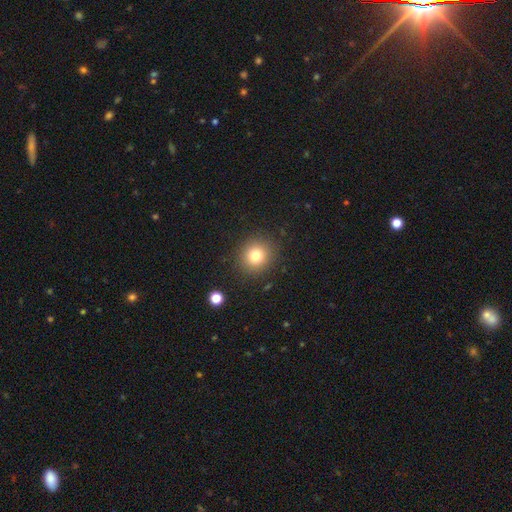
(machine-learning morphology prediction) type=smooth (79%); roundness=round (89%); merging=none (89%).